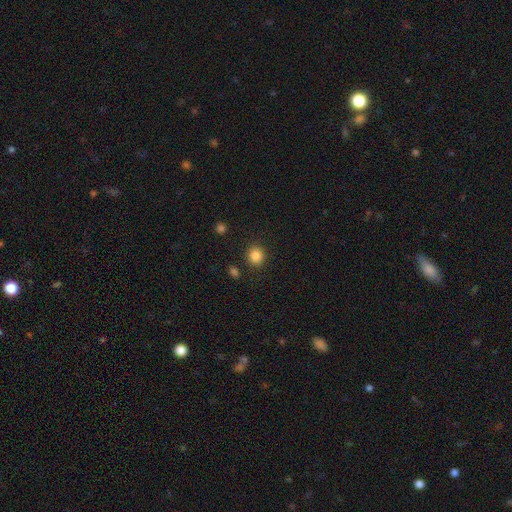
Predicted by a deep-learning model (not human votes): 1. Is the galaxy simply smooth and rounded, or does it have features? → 86% smooth, 11% star or artifact, 4% featured or disk.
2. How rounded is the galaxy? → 86% round, 13% in between, 1% cigar-shaped.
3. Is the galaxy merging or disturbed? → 88% none, 7% minor disturbance, 3% major disturbance, 3% merger.